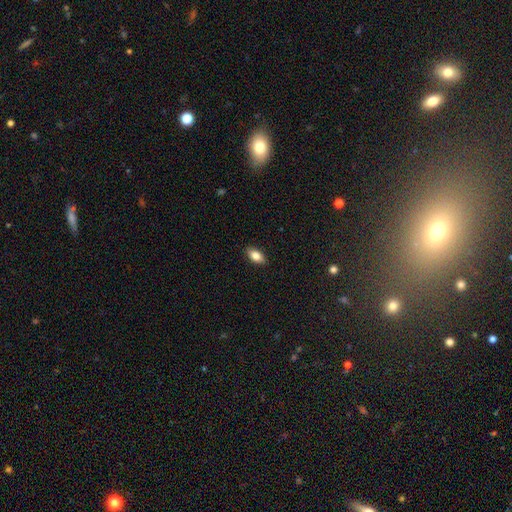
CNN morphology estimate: This is clearly a smooth galaxy (82%). How rounded: clearly in between (89%). Merging: clearly none (89%).